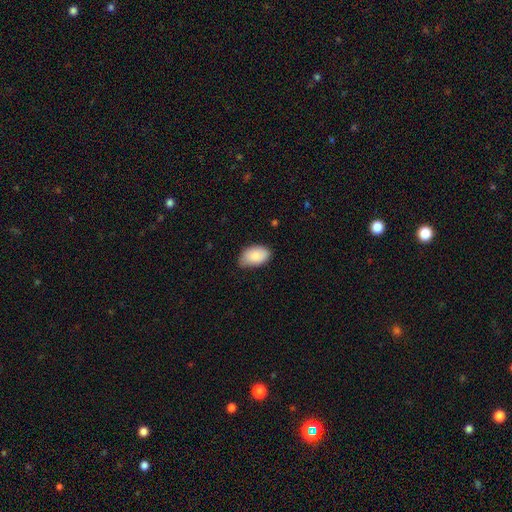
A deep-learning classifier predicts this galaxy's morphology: Q: Smooth or featured?
A: smooth (88%); runner-up: star or artifact (6%)
Q: How rounded?
A: in between (93%); runner-up: round (6%)
Q: Merging?
A: none (64%); runner-up: minor disturbance (30%)